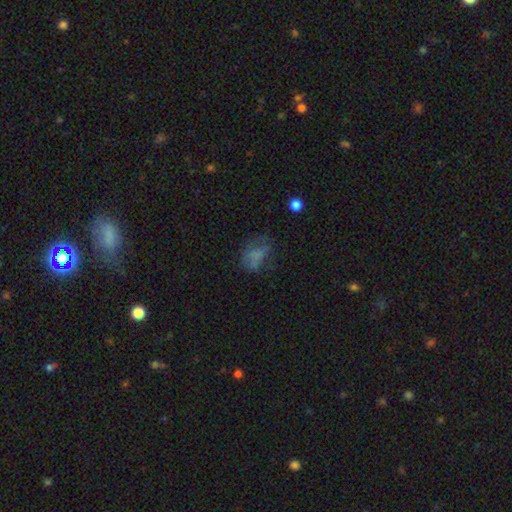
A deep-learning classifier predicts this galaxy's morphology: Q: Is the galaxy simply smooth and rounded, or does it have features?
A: smooth — 61%.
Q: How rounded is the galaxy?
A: in between — 76%.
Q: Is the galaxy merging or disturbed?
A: none — 47%.